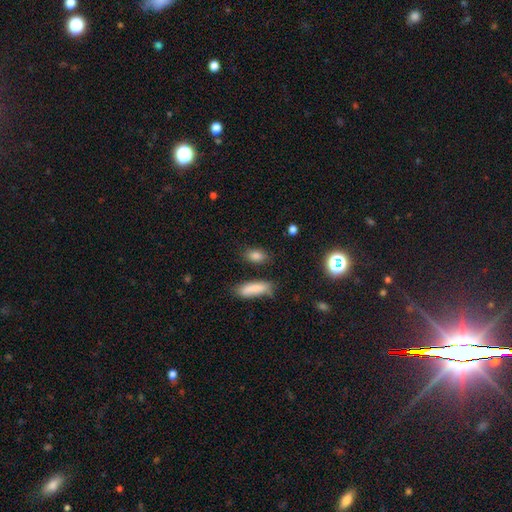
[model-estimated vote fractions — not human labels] smooth_or_featured: smooth (p=0.82) [alt: star or artifact p=0.11]
how_rounded: in between (p=0.75) [alt: cigar-shaped p=0.16]
merging: none (p=0.79) [alt: minor disturbance p=0.13]